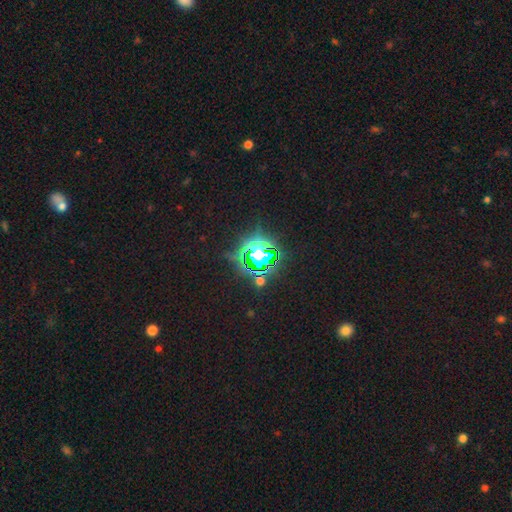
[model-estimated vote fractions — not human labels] star or artifact 78%, smooth 14%, featured or disk 8%.